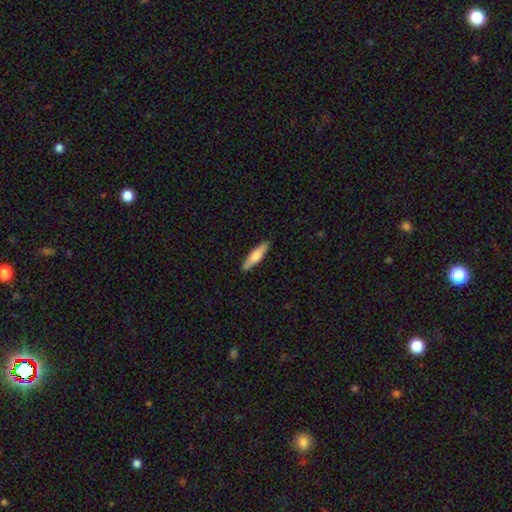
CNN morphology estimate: A smooth galaxy with no disk features (64%) that is cigar-shaped (75%).

Vote fractions:
- Smooth or featured? smooth: 64% / featured or disk: 30% / star or artifact: 5%
- How rounded? cigar-shaped: 75% / in between: 23% / round: 2%
- Merging? none: 89% / minor disturbance: 8% / major disturbance: 2% / merger: 1%